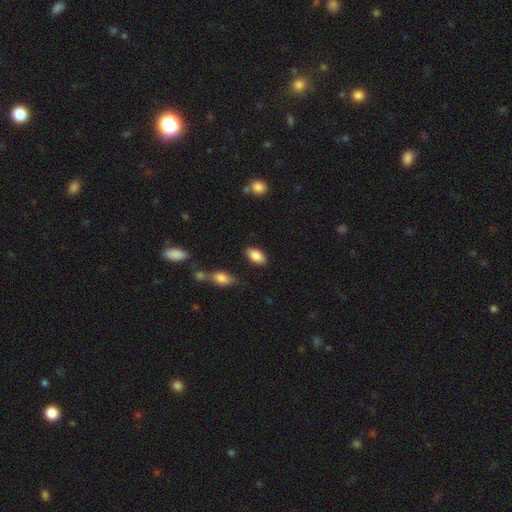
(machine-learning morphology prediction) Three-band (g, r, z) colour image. It shows a smooth galaxy with no disk features (86%) that is in between round and cigar-shaped (92%). Merging: none (85%).